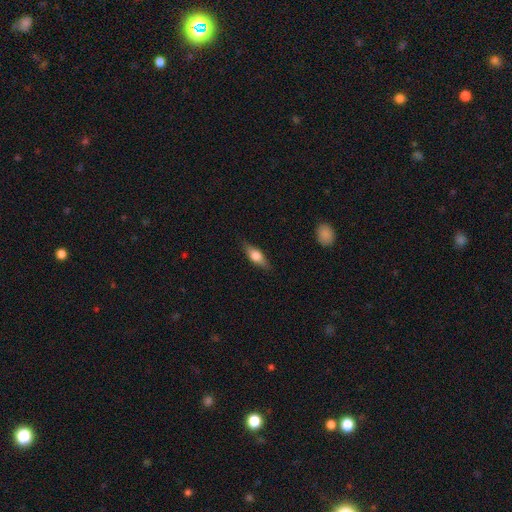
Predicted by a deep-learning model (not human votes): Smooth or featured? Predicted: smooth (p=0.56). How rounded? Predicted: in between (p=0.60). Merging? Predicted: none (p=0.84).